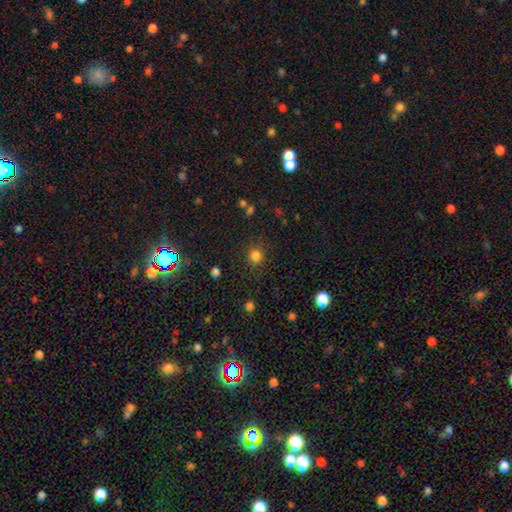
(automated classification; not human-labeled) Smooth or featured? Predicted: smooth (p=0.81). How rounded? Predicted: round (p=0.90). Merging? Predicted: none (p=0.83).